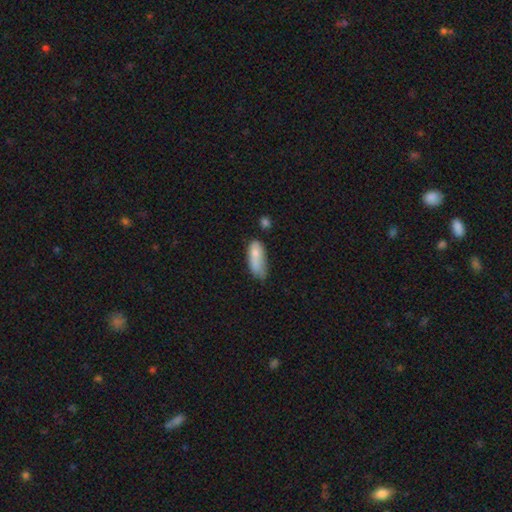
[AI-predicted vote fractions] This appears to be a smooth galaxy with no disk features (78%) that is in between round and cigar-shaped (79%). Merging: minor disturbance (38%).